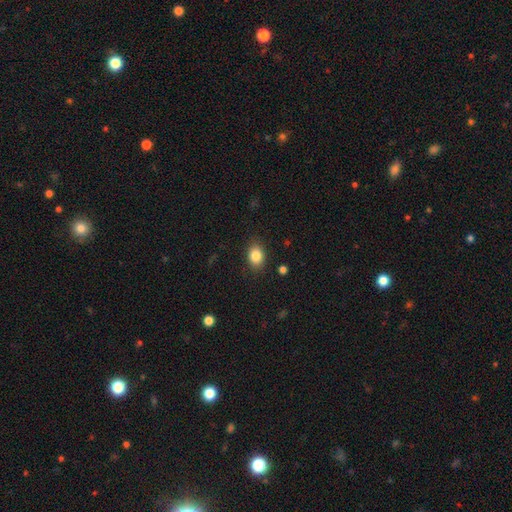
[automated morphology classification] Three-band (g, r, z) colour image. It shows a smooth galaxy with no disk features (84%) that is in between round and cigar-shaped (68%). Merging: none (86%).